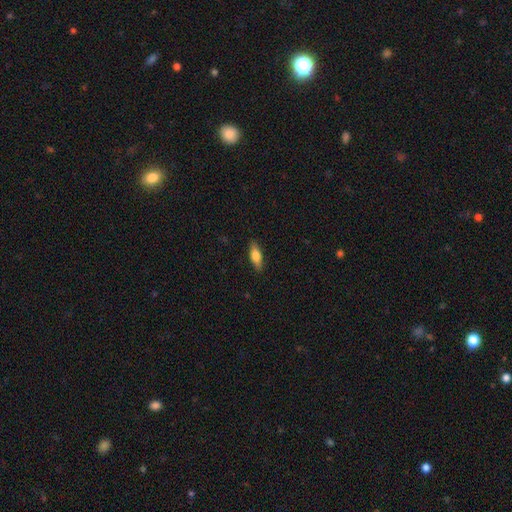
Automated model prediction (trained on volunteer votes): A smooth galaxy with no disk features (68%) that is in between round and cigar-shaped (59%).

Vote fractions:
- Smooth or featured? smooth: 68% / featured or disk: 26% / star or artifact: 6%
- How rounded? in between: 59% / cigar-shaped: 38% / round: 3%
- Merging? none: 89% / minor disturbance: 8% / major disturbance: 2% / merger: 1%